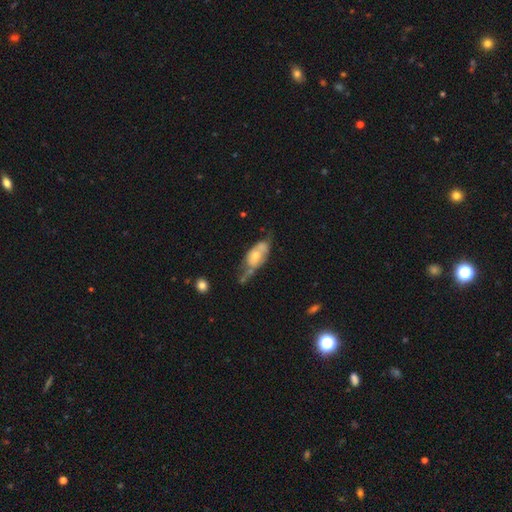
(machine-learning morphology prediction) This appears to be a smooth galaxy with no disk features (48%). Merging: minor disturbance (32%).